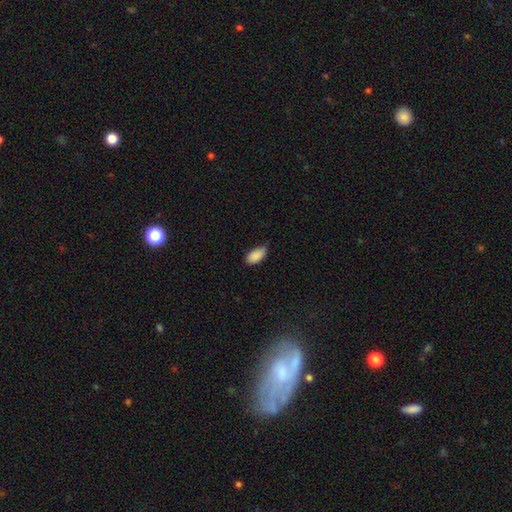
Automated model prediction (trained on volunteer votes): smooth 89%, star or artifact 7%, featured or disk 4%. Down the decision tree: how rounded — in between (94%); merging — none (63%).